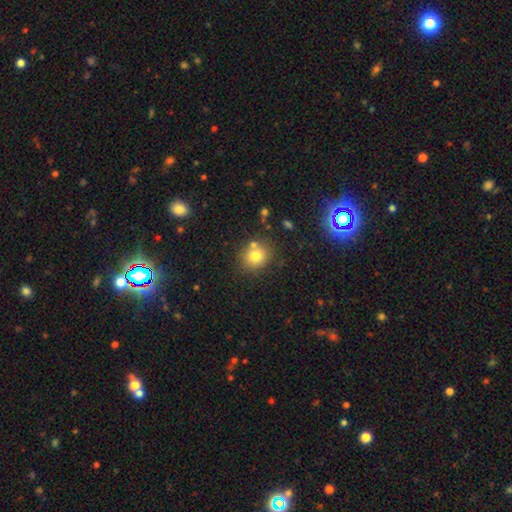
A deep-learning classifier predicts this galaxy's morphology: This appears to be a smooth galaxy with no disk features (78%) that is round (77%). Merging: none (75%).